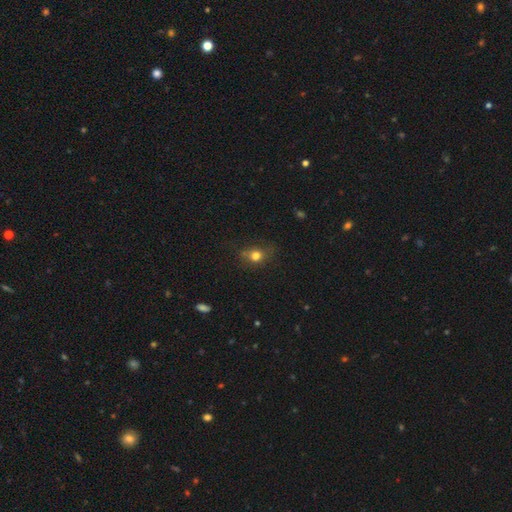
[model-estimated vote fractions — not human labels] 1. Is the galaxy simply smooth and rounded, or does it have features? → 74% smooth, 15% star or artifact, 11% featured or disk.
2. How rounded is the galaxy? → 60% round, 38% in between, 2% cigar-shaped.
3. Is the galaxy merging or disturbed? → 65% none, 22% minor disturbance, 9% major disturbance, 3% merger.